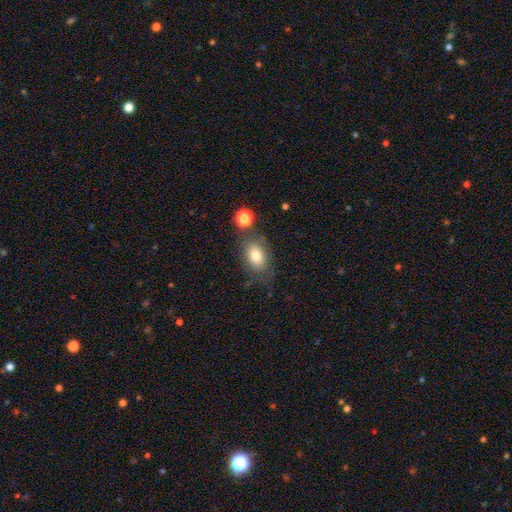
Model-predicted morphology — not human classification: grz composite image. It shows a smooth galaxy with no disk features (77%) that is in between round and cigar-shaped (85%). Merging: none (64%).